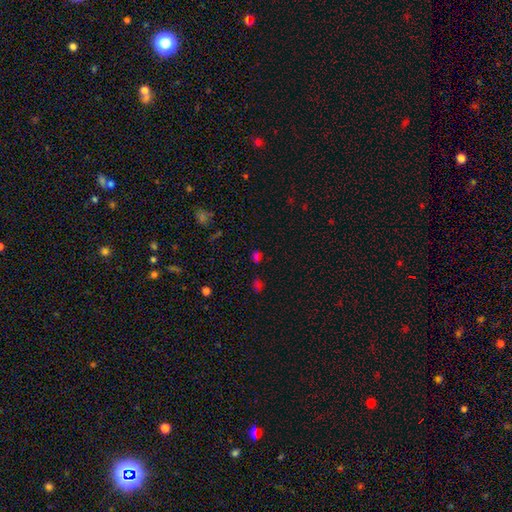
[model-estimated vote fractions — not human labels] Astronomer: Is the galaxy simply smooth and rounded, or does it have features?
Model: smooth — 49% (runner-up: star or artifact, 44%).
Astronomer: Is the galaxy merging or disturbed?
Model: none — 73%.